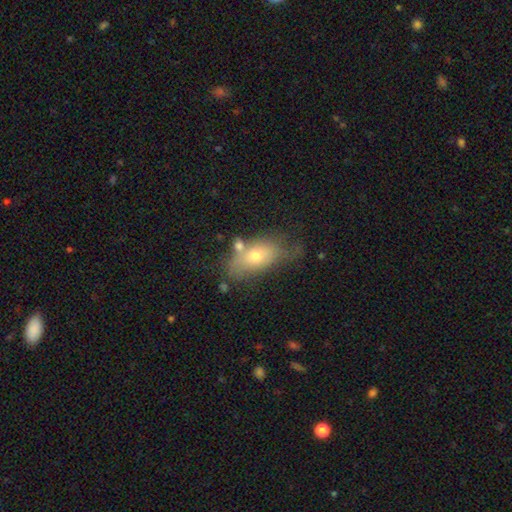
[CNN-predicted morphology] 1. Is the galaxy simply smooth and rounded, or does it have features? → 64% smooth, 27% featured or disk, 9% star or artifact.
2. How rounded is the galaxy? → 83% in between, 10% round, 6% cigar-shaped.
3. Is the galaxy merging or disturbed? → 44% none, 25% minor disturbance, 17% merger, 14% major disturbance.